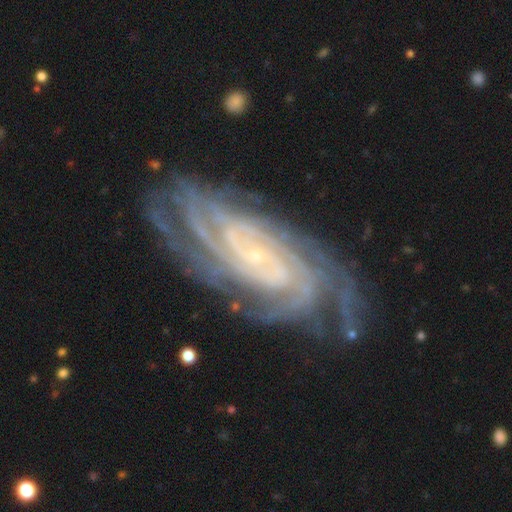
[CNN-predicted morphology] Overall: featured or disk (92%). Edge-on disk: no (96%). Bar: no (57%; weak 29%). Spiral arms: yes (99%). Spiral arm count: more than 4 (27%; 4 25%). Spiral winding: tight (77%). Bulge size: small (83%). Merging: none (77%).